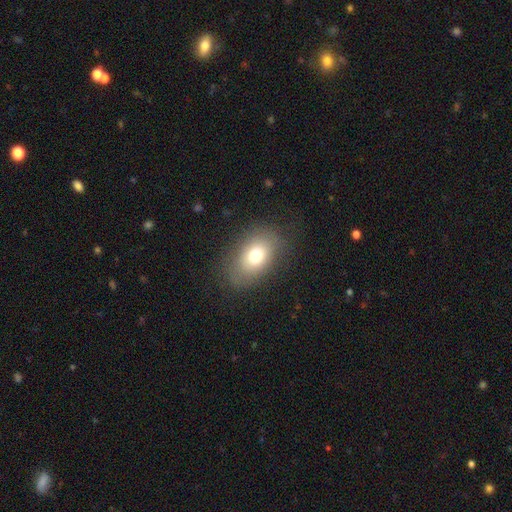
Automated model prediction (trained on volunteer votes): smooth-or-featured: smooth: 73% | featured or disk: 15% | star or artifact: 11%
  how-rounded: in between: 79% | round: 19% | cigar-shaped: 1%
  merging: none: 79% | minor disturbance: 13% | major disturbance: 6% | merger: 1%